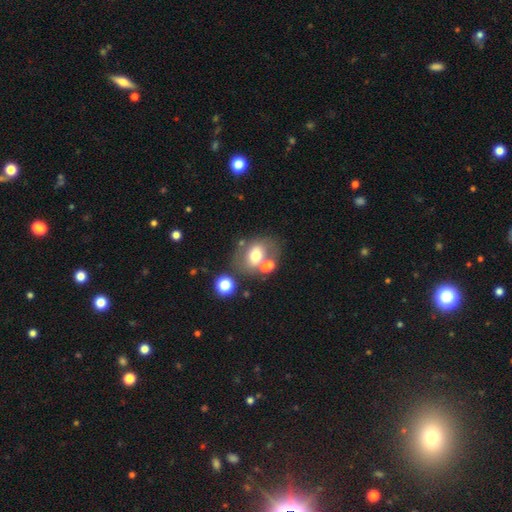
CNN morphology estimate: Overall: smooth (56%; featured or disk 33%). How rounded: in between (57%; round 42%). Merging: none (56%; merger 21%).